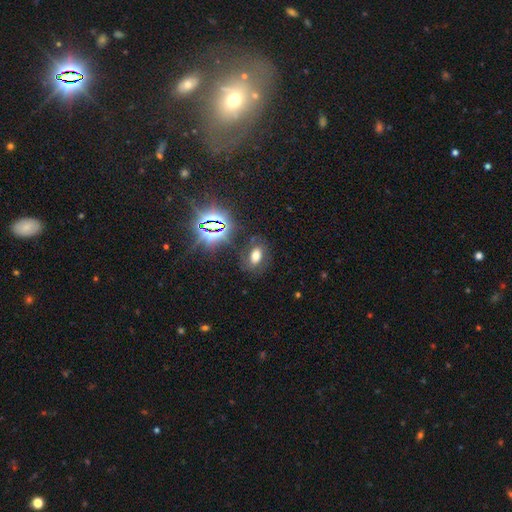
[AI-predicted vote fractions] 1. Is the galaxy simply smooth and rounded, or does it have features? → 49% smooth, 31% star or artifact, 19% featured or disk.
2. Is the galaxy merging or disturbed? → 76% none, 14% minor disturbance, 7% major disturbance, 3% merger.